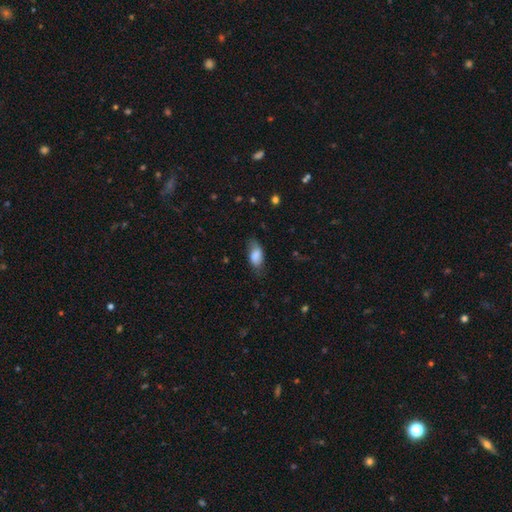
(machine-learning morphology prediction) type=smooth (79%); roundness=in between (90%); merging=none (64%).